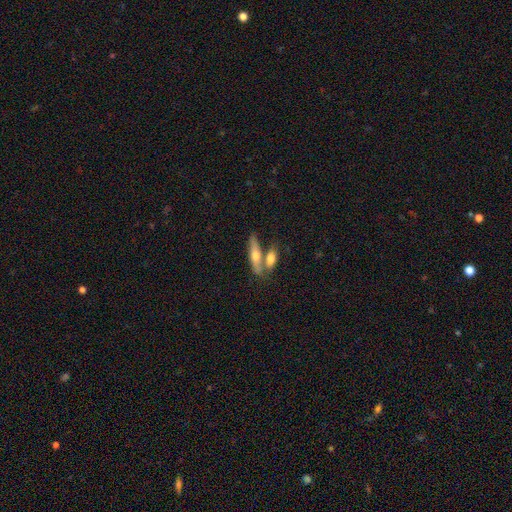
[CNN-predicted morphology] Q: Smooth or featured?
A: featured or disk (35%); runner-up: smooth (34%)
Q: Merging?
A: none (48%); runner-up: merger (30%)